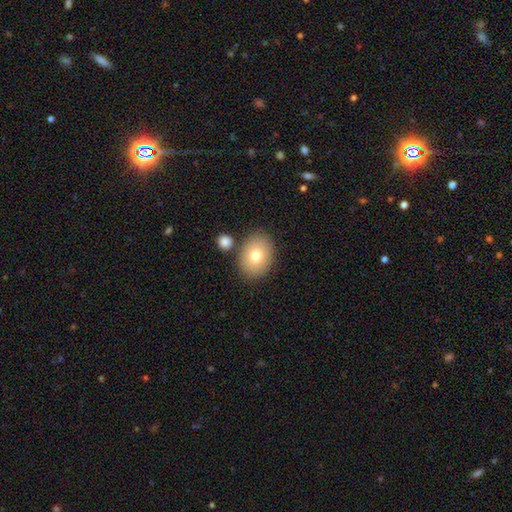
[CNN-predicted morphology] The model was most divided on "how rounded": in between: 72%, round: 27%, cigar-shaped: 1%. More confident: merging — none (80%); smooth or featured — smooth (77%).